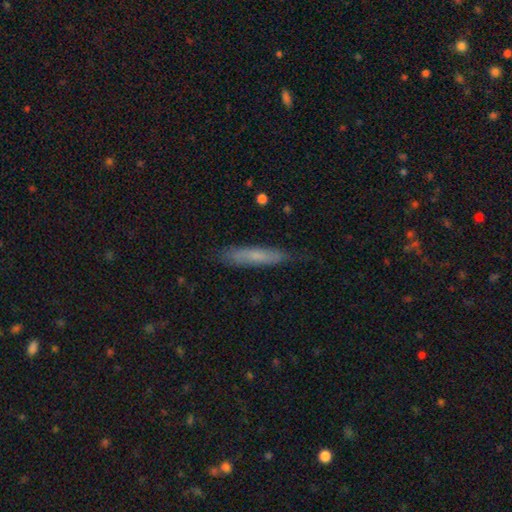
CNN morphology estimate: A smooth galaxy with no disk features (64%) that is cigar-shaped (89%). Merging: none (79%).